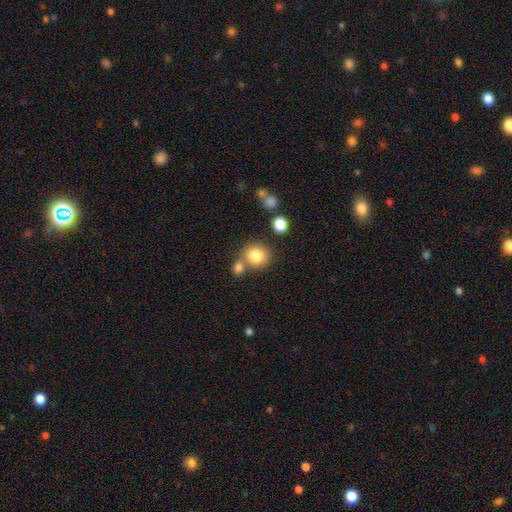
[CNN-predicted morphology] Smooth or featured? Predicted: smooth (p=0.82). How rounded? Predicted: round (p=0.85). Merging? Predicted: none (p=0.61).